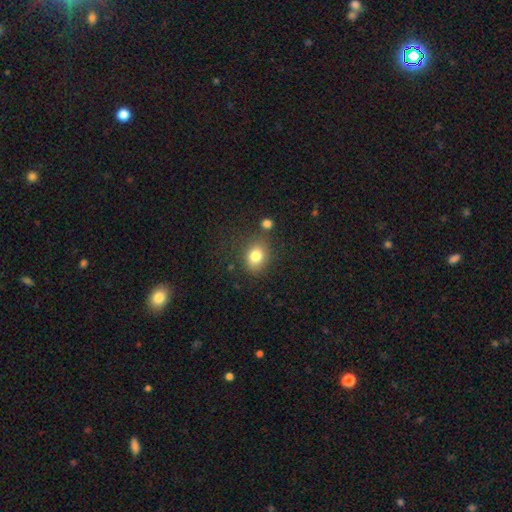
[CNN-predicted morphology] Smooth or featured? smooth (81%)
How rounded? round (51%)
Merging? none (75%)